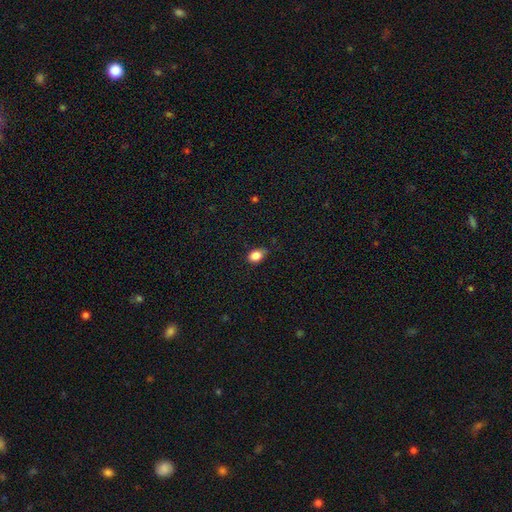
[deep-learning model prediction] smooth_or_featured: smooth (p=0.85) [alt: star or artifact p=0.10]
how_rounded: in between (p=0.73) [alt: round p=0.26]
merging: none (p=0.68) [alt: minor disturbance p=0.26]